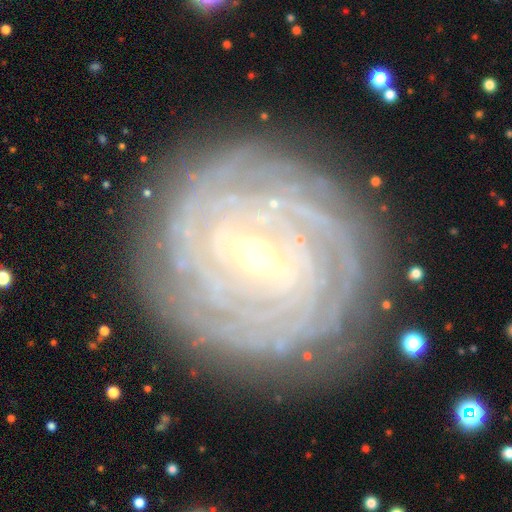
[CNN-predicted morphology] Overall: featured or disk (87%). Edge-on disk: no (97%). Bar: weak (48%; strong 31%). Spiral arms: yes (96%). Spiral arm count: can't tell (31%; 4 21%). Spiral winding: tight (87%). Bulge size: small (49%; moderate 47%). Merging: none (83%).